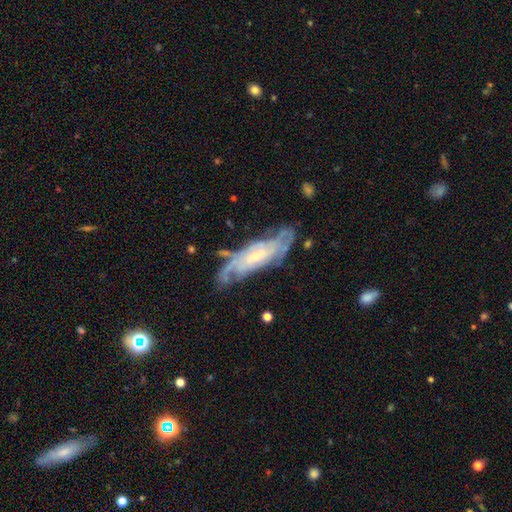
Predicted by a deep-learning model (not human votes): smooth_or_featured: featured or disk (p=0.80) [alt: smooth p=0.14]
disk_edge_on: no (p=0.81) [alt: yes p=0.19]
bar: no (p=0.55) [alt: weak p=0.34]
has_spiral_arms: yes (p=0.92) [alt: no p=0.08]
spiral_winding: tight (p=0.58) [alt: medium p=0.33]
spiral_arm_count: can't tell (p=0.49) [alt: 2 p=0.19]
bulge_size: small (p=0.63) [alt: moderate p=0.26]
merging: none (p=0.68) [alt: minor disturbance p=0.20]